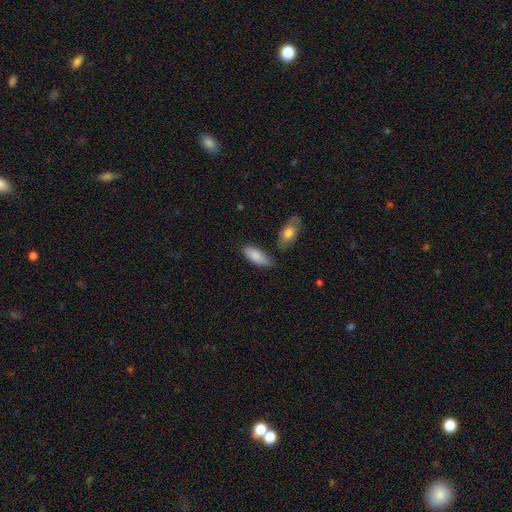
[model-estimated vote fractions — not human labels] Morphology: type=smooth (85%); roundness=in between (83%); merging=none (70%).